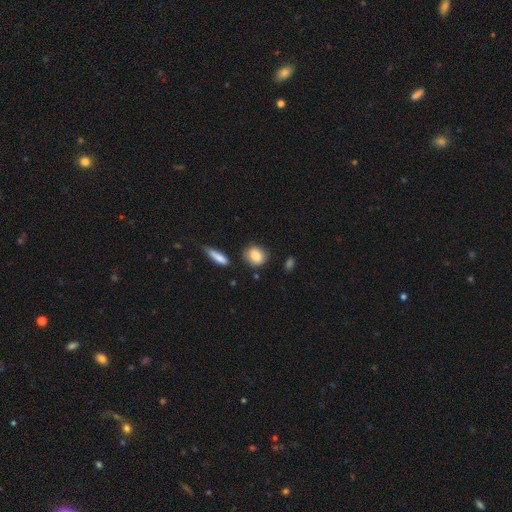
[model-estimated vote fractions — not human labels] This appears to be a smooth galaxy with no disk features (83%) that is round (57%). Merging: none (78%).